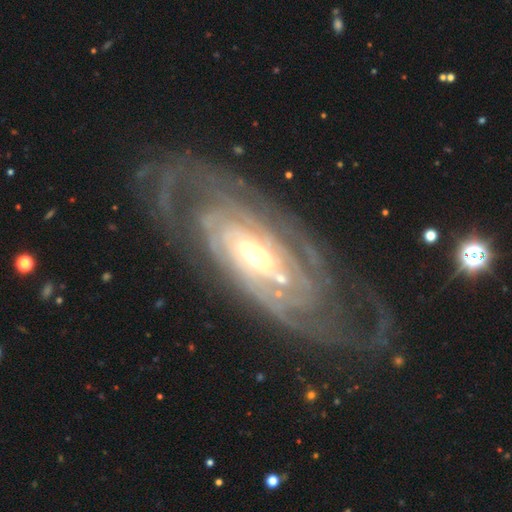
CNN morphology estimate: A featured or disk galaxy (90%) with no bar (61%), tight (74%) spiral arms (95%) and a moderate central bulge (50%).

Vote fractions:
- Smooth or featured? featured or disk: 90% / smooth: 5% / star or artifact: 5%
- Edge-on disk? no: 92% / yes: 8%
- Bar? no: 61% / weak: 25% / strong: 14%
- Spiral arms? yes: 95% / no: 5%
- Spiral winding? tight: 74% / medium: 21% / loose: 5%
- Spiral arm count? can't tell: 36% / 2: 16% / 3: 14% / more than 4: 14% / 4: 13% / 1: 7%
- Bulge size? moderate: 50% / small: 42% / large: 6% / dominant: 1% / none: 1%
- Merging? none: 70% / minor disturbance: 16% / major disturbance: 12% / merger: 2%